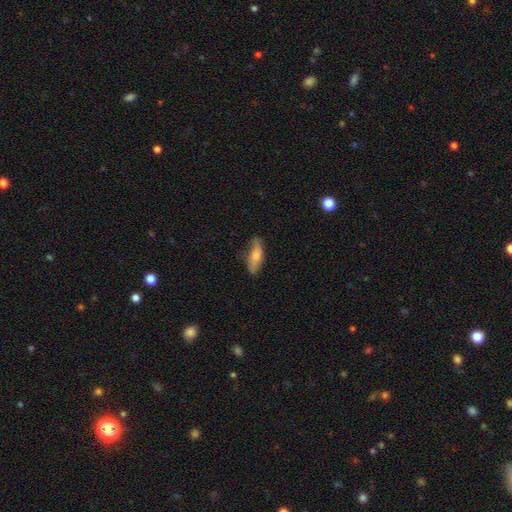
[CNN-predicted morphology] type=smooth (67%); roundness=in between (61%); merging=none (66%).